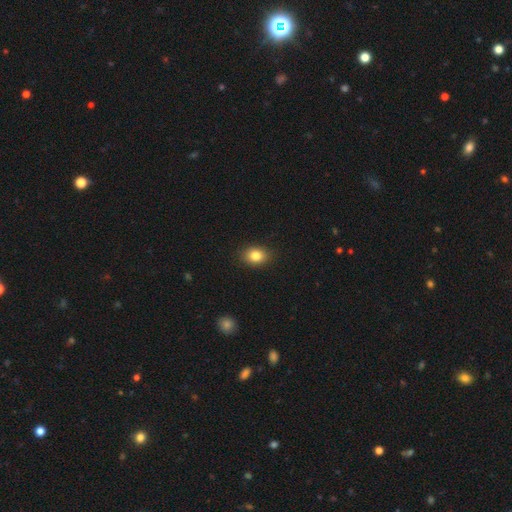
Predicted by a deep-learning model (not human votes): The model was most divided on "how rounded": in between: 59%, round: 40%, cigar-shaped: 1%. More confident: merging — none (88%); smooth or featured — smooth (84%).